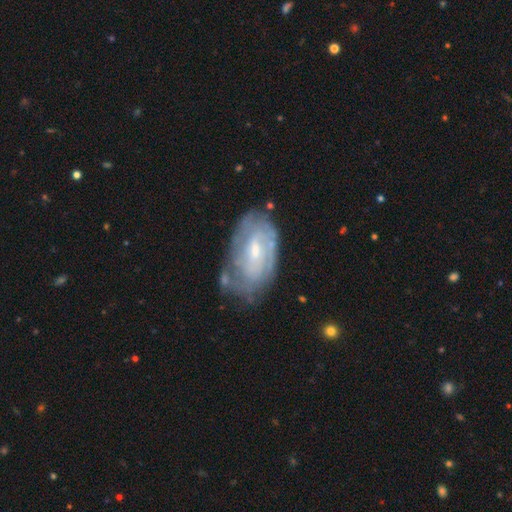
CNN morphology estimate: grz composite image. It shows a featured or disk galaxy (70%) with a weak bar (48%), spiral arms (75%) and a small central bulge (51%). Merging: none (62%).